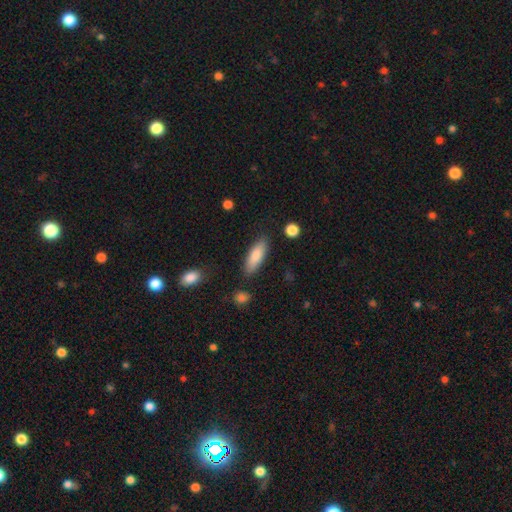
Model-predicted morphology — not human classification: The model was most divided on "how rounded": in between: 60%, cigar-shaped: 38%, round: 2%. More confident: merging — none (83%); smooth or featured — smooth (81%).